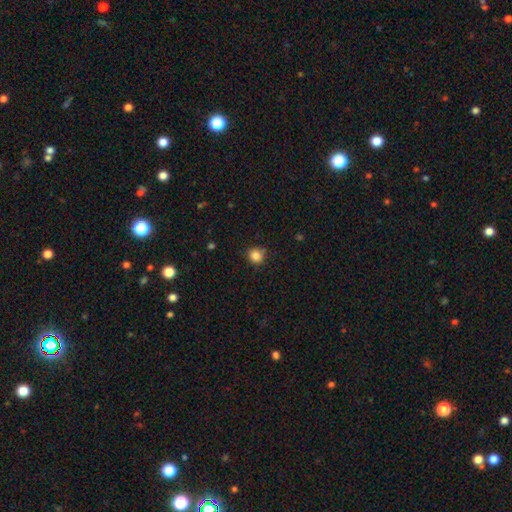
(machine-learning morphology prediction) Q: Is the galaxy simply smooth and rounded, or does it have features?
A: smooth — 85%.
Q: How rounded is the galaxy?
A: round — 90%.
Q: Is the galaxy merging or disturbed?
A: none — 81%.